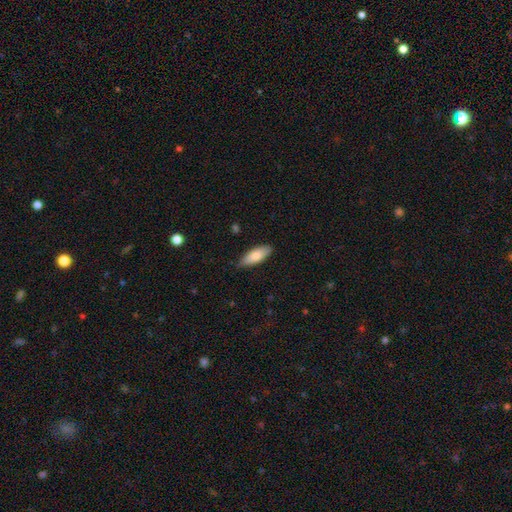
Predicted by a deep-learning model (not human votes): A smooth galaxy with no disk features (78%) that is in between round and cigar-shaped (74%). Merging: none (79%).